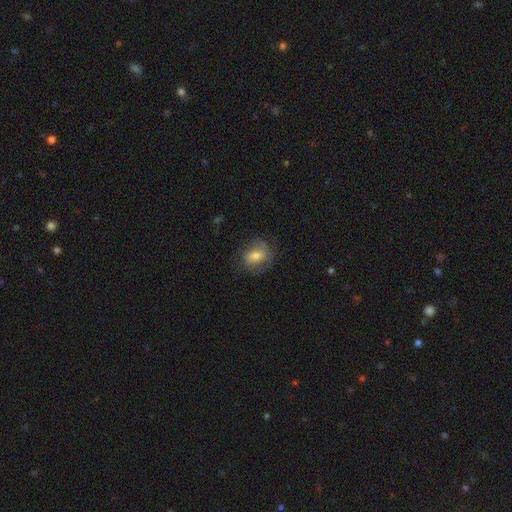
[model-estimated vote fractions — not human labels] The model was most divided on "how rounded": in between: 52%, round: 47%, cigar-shaped: 1%. More confident: merging — none (64%); smooth or featured — smooth (55%).